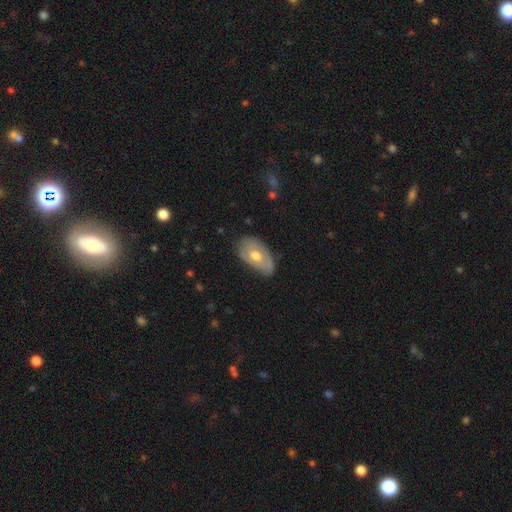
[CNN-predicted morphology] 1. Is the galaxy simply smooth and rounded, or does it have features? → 48% smooth, 45% featured or disk, 6% star or artifact.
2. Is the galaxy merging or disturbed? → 64% none, 28% minor disturbance, 6% major disturbance, 1% merger.